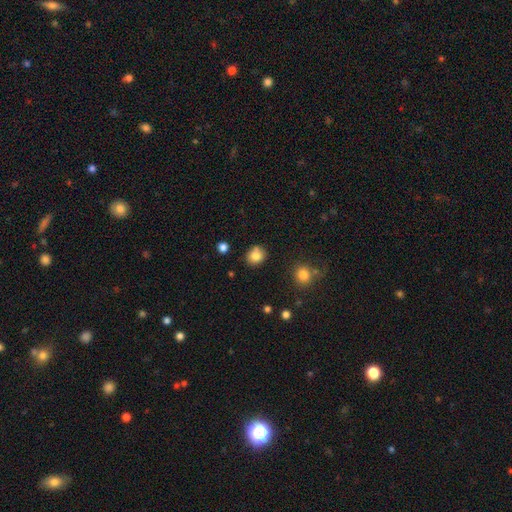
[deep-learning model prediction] Smooth or featured? smooth (80%)
How rounded? round (72%)
Merging? none (73%)